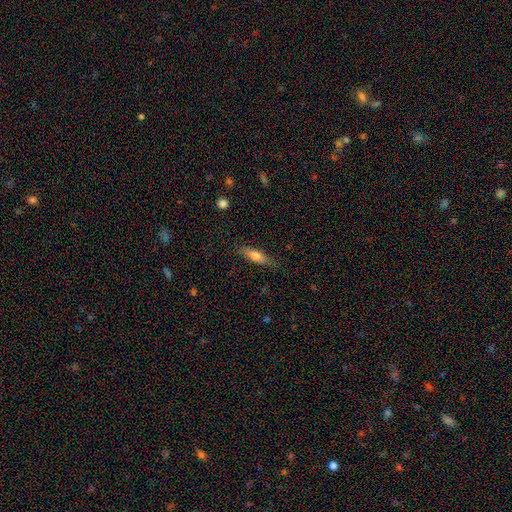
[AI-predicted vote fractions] Overall: smooth (68%). How rounded: cigar-shaped (57%; in between 40%). Merging: none (82%).